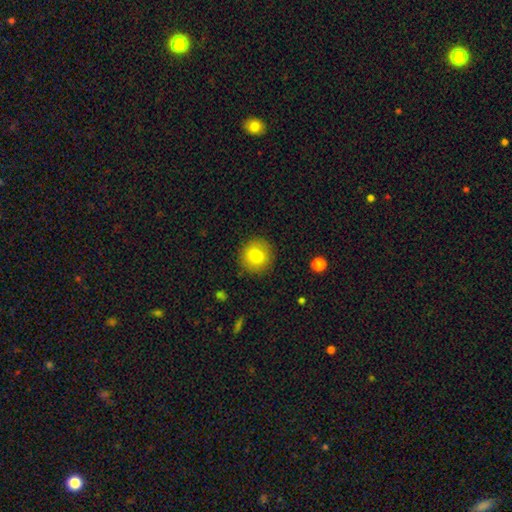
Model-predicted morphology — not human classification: This is likely a smooth galaxy (78%). How rounded: clearly round (92%). Merging: clearly none (89%).